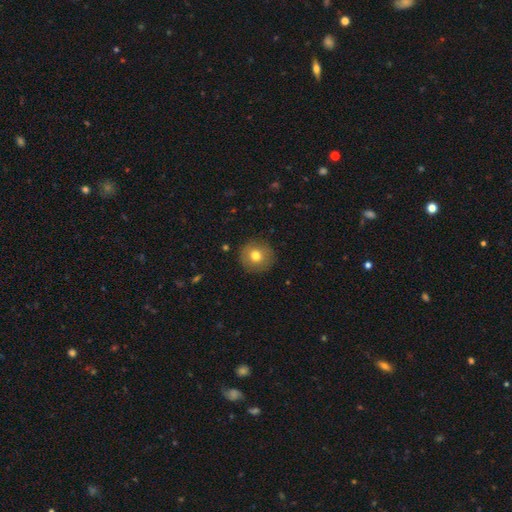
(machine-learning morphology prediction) Q: Smooth or featured?
A: smooth (73%); runner-up: featured or disk (17%)
Q: How rounded?
A: round (93%); runner-up: in between (6%)
Q: Merging?
A: none (89%); runner-up: minor disturbance (8%)